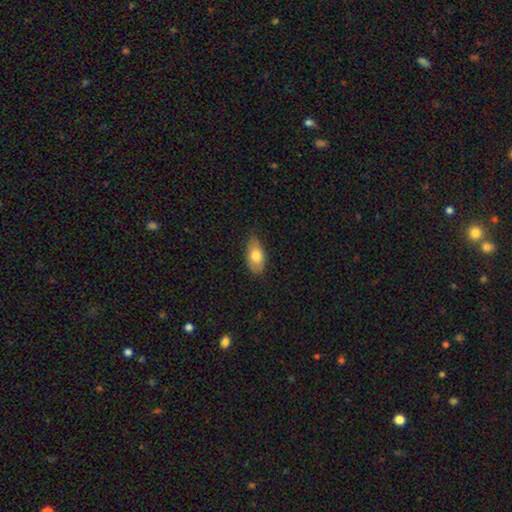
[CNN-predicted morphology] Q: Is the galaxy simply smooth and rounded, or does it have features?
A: smooth — 77%.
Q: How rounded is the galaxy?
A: in between — 90%.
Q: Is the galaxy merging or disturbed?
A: none — 79%.